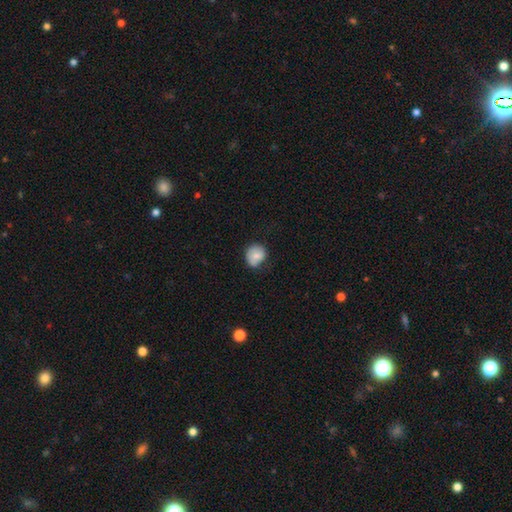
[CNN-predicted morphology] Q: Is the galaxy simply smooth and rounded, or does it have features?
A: smooth — 78%.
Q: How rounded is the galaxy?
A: round — 71%.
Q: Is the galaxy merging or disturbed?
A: none — 61%.